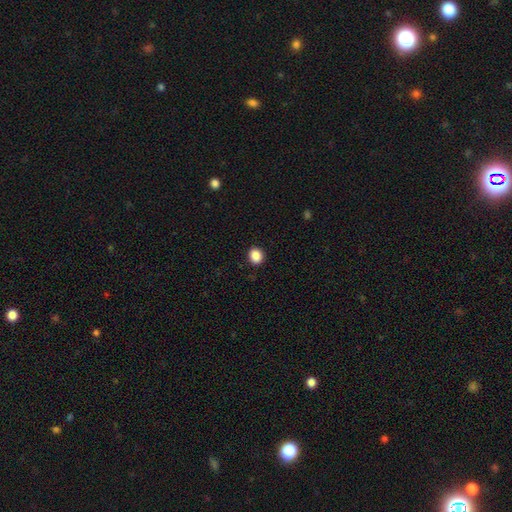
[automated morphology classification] Overall: smooth (89%). How rounded: round (70%). Merging: none (91%).